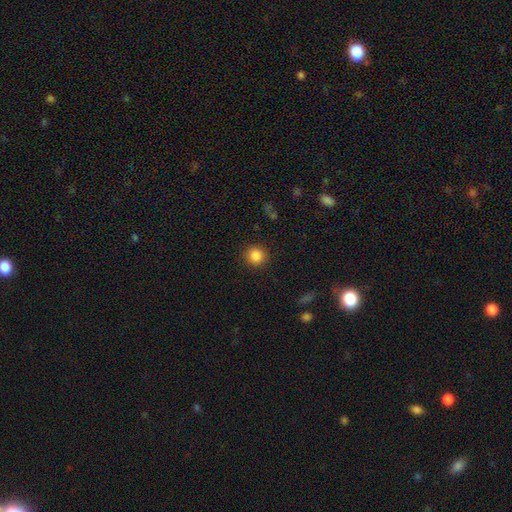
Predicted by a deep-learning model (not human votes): Smooth or featured? Predicted: smooth (p=0.85). How rounded? Predicted: round (p=0.91). Merging? Predicted: none (p=0.90).